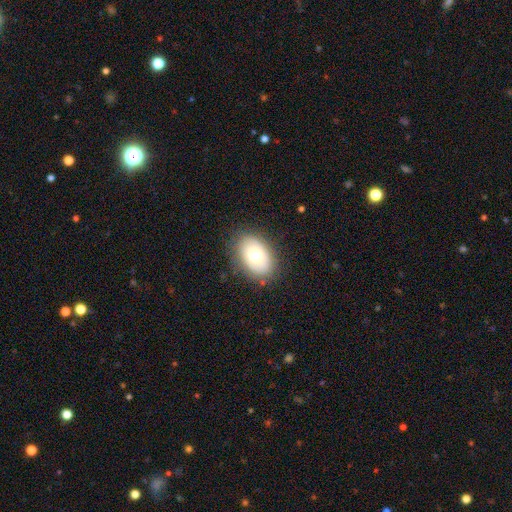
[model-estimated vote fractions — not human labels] Morphology: type=smooth (66%); roundness=in between (84%); merging=none (82%).